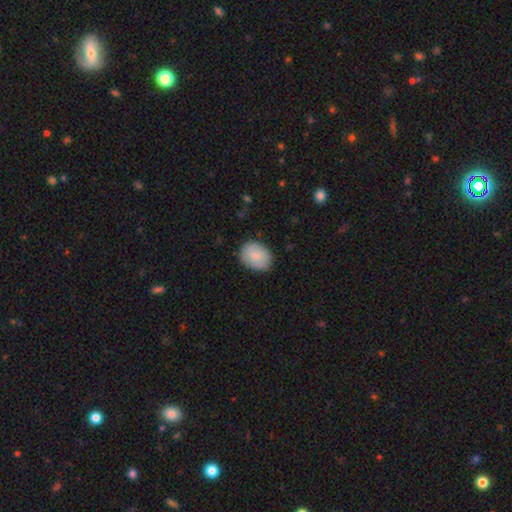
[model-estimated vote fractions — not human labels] This appears to be a smooth galaxy with no disk features (84%) that is in between round and cigar-shaped (62%). Merging: none (80%).